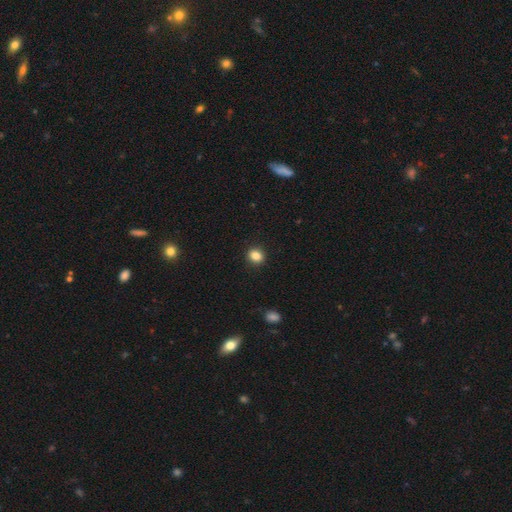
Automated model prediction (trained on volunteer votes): Morphology: type=smooth (85%); roundness=round (63%); merging=none (90%).